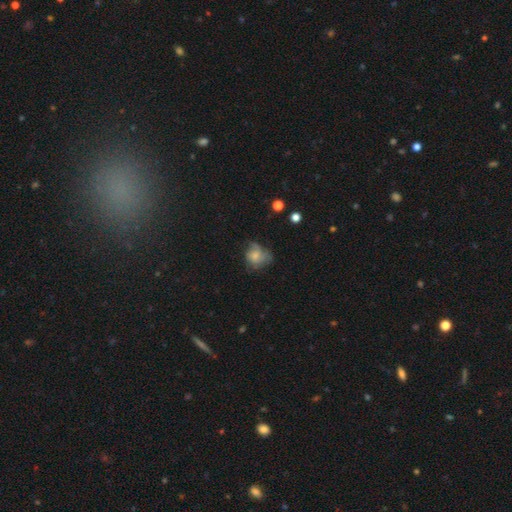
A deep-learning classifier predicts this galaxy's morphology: Smooth or featured? Predicted: smooth (p=0.58). How rounded? Predicted: round (p=0.62). Merging? Predicted: none (p=0.41).